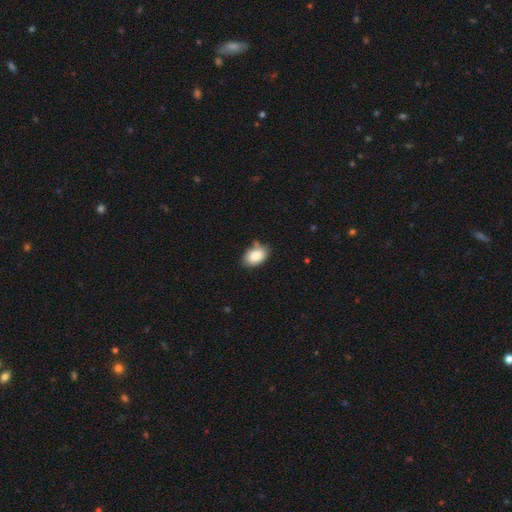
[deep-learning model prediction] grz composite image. It shows a smooth galaxy with no disk features (84%) that is in between round and cigar-shaped (86%). Merging: none (68%).